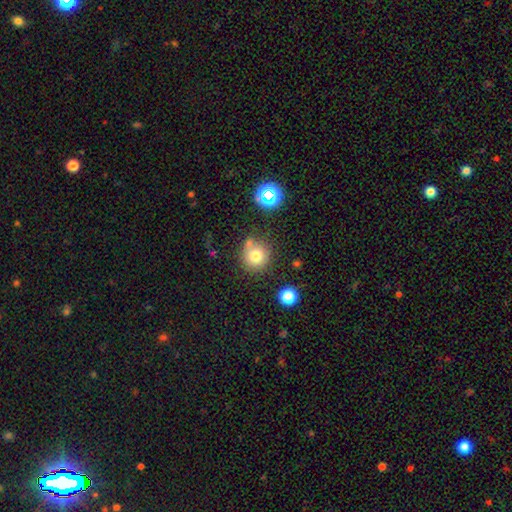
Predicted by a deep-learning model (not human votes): A smooth galaxy with no disk features (75%) that is round (92%).

Vote fractions:
- Smooth or featured? smooth: 75% / star or artifact: 15% / featured or disk: 10%
- How rounded? round: 92% / in between: 7% / cigar-shaped: 1%
- Merging? none: 67% / merger: 14% / minor disturbance: 14% / major disturbance: 5%